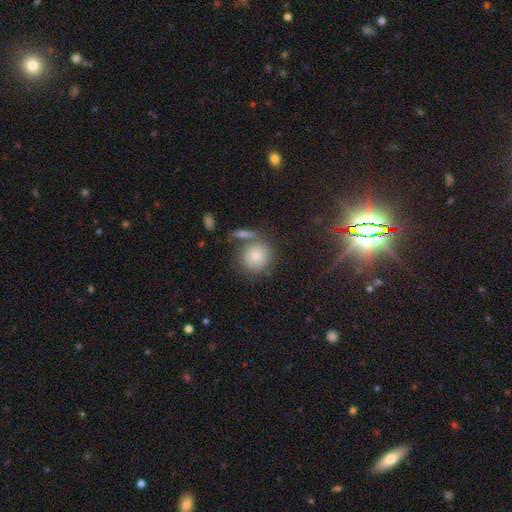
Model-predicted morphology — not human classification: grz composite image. It shows a smooth galaxy with no disk features (80%) that is round (87%). Merging: none (65%).